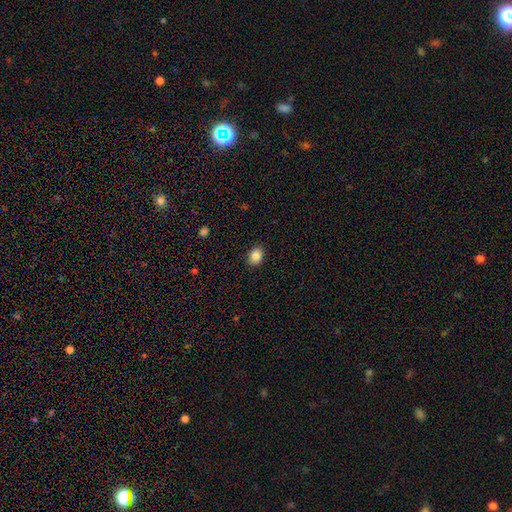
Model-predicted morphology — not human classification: smooth_or_featured: smooth (p=0.86) [alt: star or artifact p=0.09]
how_rounded: in between (p=0.53) [alt: round p=0.46]
merging: none (p=0.89) [alt: minor disturbance p=0.08]